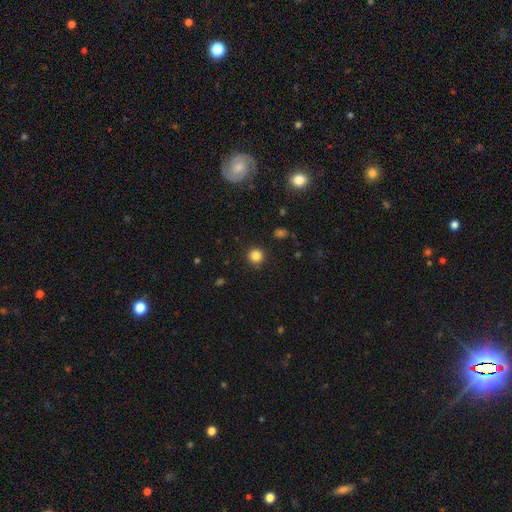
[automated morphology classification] Smooth or featured? Predicted: smooth (p=0.84). How rounded? Predicted: round (p=0.94). Merging? Predicted: none (p=0.91).